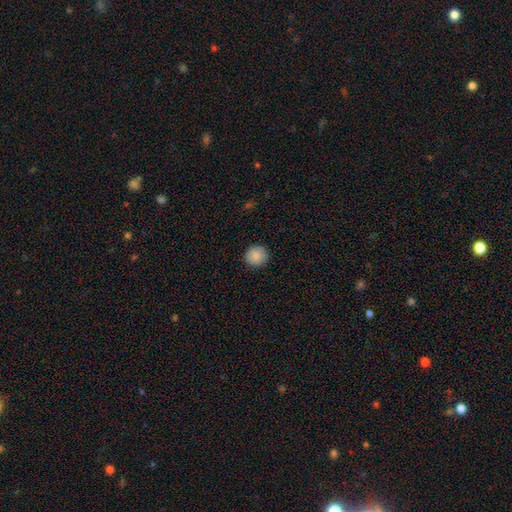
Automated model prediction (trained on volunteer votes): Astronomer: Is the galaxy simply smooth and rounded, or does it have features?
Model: smooth — 88%.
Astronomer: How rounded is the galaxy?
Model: round — 93%.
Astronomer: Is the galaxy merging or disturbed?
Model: none — 91%.